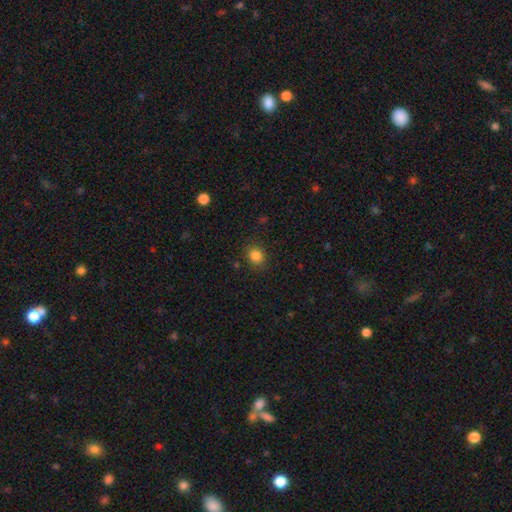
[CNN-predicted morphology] smooth-or-featured: smooth: 84% | star or artifact: 12% | featured or disk: 4%
  how-rounded: round: 75% | in between: 24% | cigar-shaped: 1%
  merging: none: 86% | minor disturbance: 9% | major disturbance: 3% | merger: 1%